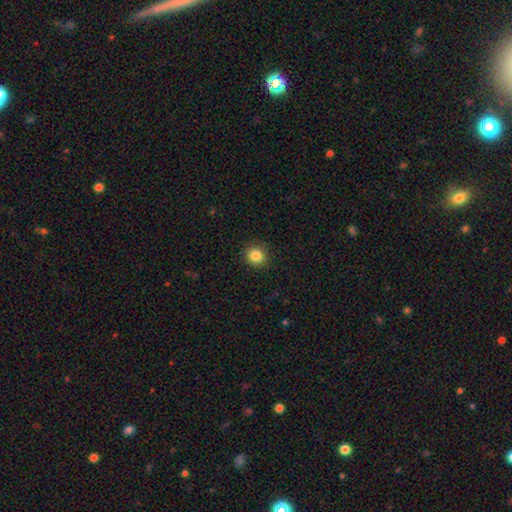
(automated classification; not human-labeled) A smooth galaxy with no disk features (85%) that is round (88%).

Vote fractions:
- Smooth or featured? smooth: 85% / star or artifact: 11% / featured or disk: 5%
- How rounded? round: 88% / in between: 12% / cigar-shaped: 1%
- Merging? none: 90% / minor disturbance: 7% / major disturbance: 2% / merger: 1%